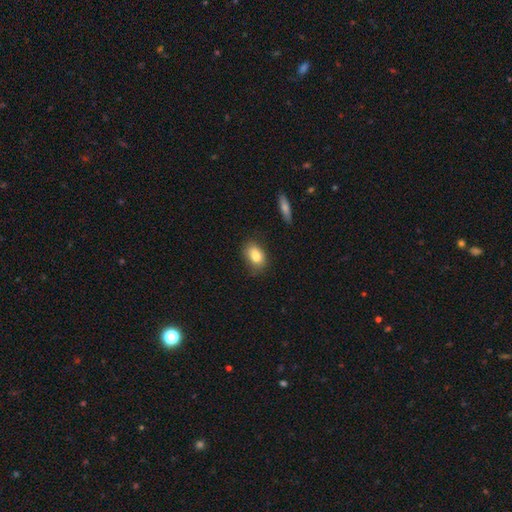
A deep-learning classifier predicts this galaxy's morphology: Smooth or featured?
  - smooth: 83% *
  - featured or disk: 9%
  - star or artifact: 8%
How rounded?
  - in between: 80% *
  - round: 18%
  - cigar-shaped: 2%
Merging?
  - none: 76% *
  - minor disturbance: 18%
  - major disturbance: 4%
  - merger: 2%